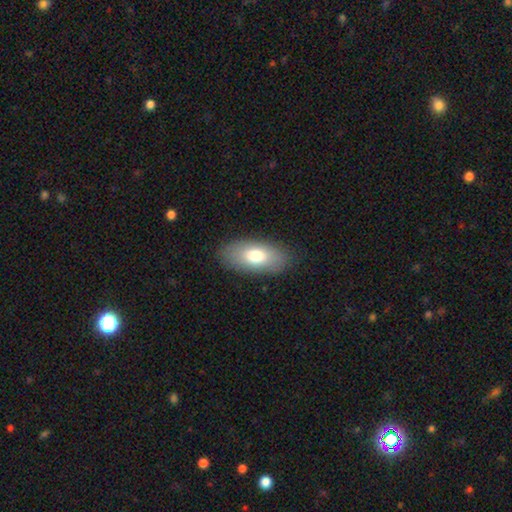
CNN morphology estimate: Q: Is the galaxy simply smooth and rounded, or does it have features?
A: smooth — 76%.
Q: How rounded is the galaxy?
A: in between — 91%.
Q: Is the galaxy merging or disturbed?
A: none — 85%.